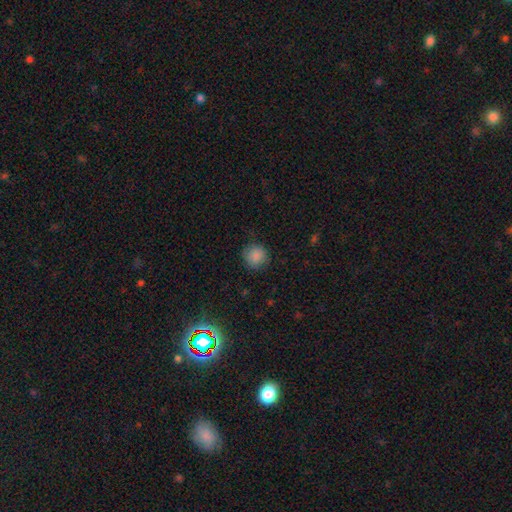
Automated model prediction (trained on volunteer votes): This is clearly a smooth galaxy (87%). How rounded: clearly round (91%). Merging: clearly none (83%).